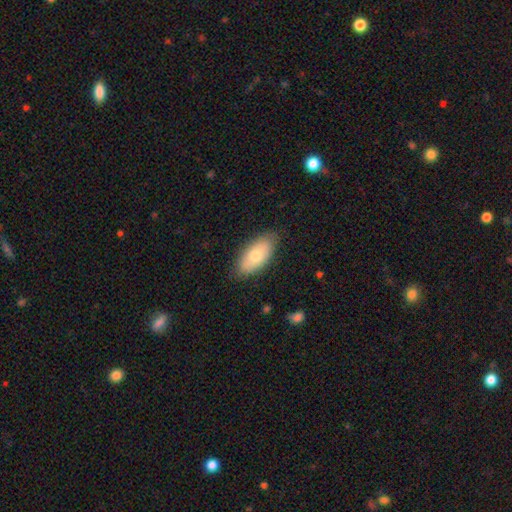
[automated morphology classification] smooth-or-featured: smooth: 73% | featured or disk: 21% | star or artifact: 6%
  how-rounded: in between: 91% | cigar-shaped: 6% | round: 3%
  merging: none: 81% | minor disturbance: 15% | major disturbance: 3% | merger: 1%